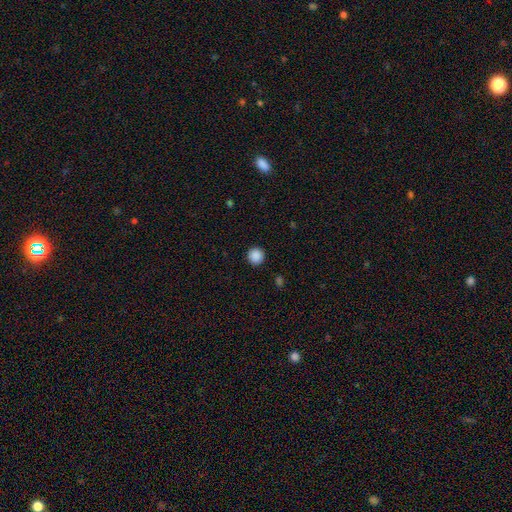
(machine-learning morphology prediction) Smooth or featured: smooth — 88% (star or artifact — 9%)
How rounded: round — 95% (in between — 4%)
Merging: none — 92% (minor disturbance — 5%)